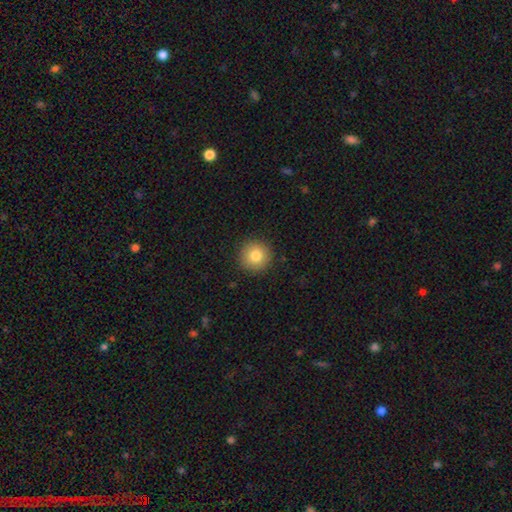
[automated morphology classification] This is clearly a smooth galaxy (81%). How rounded: clearly round (95%). Merging: clearly none (92%).